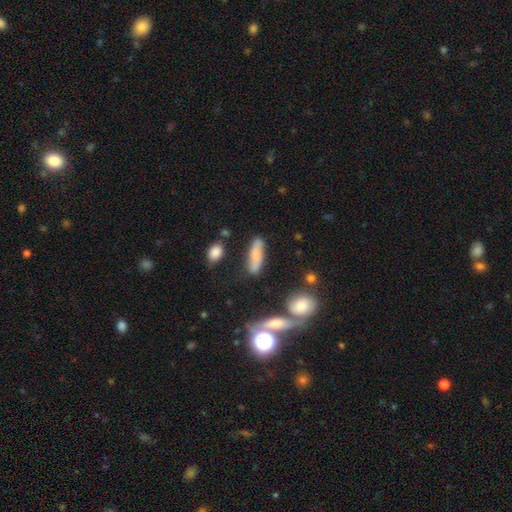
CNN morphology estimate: A smooth galaxy with no disk features (70%) that is cigar-shaped (60%).

Vote fractions:
- Smooth or featured? smooth: 70% / featured or disk: 21% / star or artifact: 9%
- How rounded? cigar-shaped: 60% / in between: 37% / round: 3%
- Merging? none: 73% / minor disturbance: 16% / merger: 6% / major disturbance: 5%